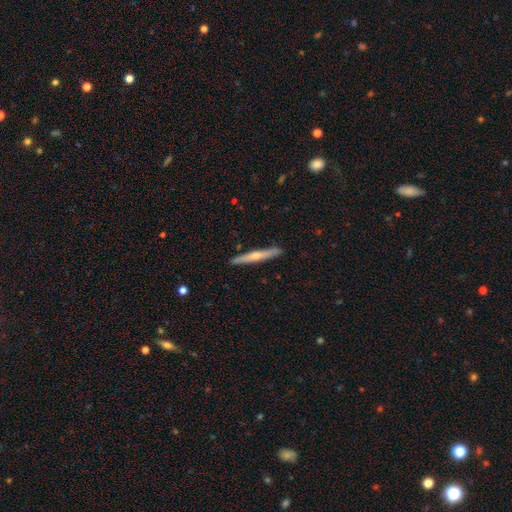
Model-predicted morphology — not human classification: smooth-or-featured: featured or disk: 56% | smooth: 38% | star or artifact: 6%
  disk-edge-on: yes: 96% | no: 4%
    edge-on-bulge: rounded: 75% | none: 21% | boxy: 4%
  merging: none: 90% | minor disturbance: 7% | major disturbance: 1% | merger: 1%